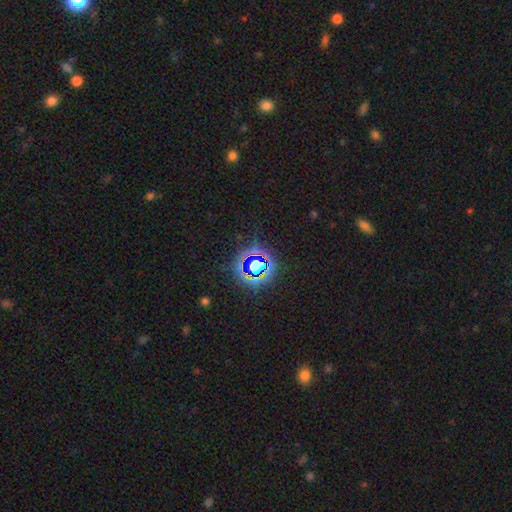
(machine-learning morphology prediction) Smooth or featured?
  - star or artifact: 76% *
  - smooth: 17%
  - featured or disk: 8%